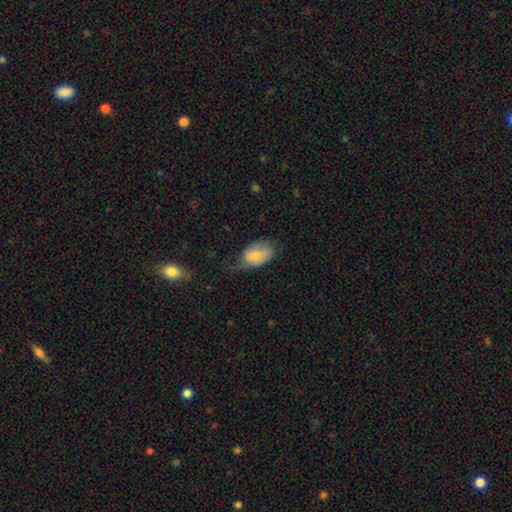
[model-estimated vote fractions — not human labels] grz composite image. It shows a smooth galaxy with no disk features (77%) that is in between round and cigar-shaped (90%). Merging: none (46%).